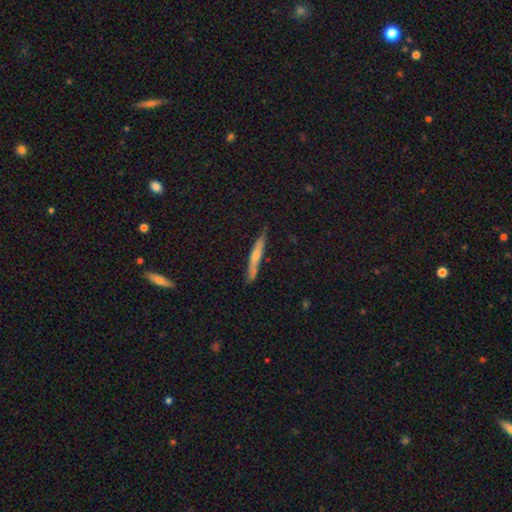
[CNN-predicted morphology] Smooth or featured? Predicted: featured or disk (p=0.50). Edge-on disk? Predicted: yes (p=0.94). Merging? Predicted: none (p=0.84).